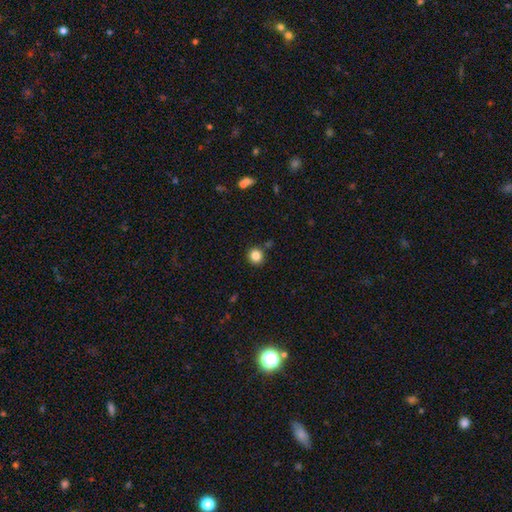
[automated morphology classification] type=smooth (84%); roundness=round (91%); merging=none (87%).